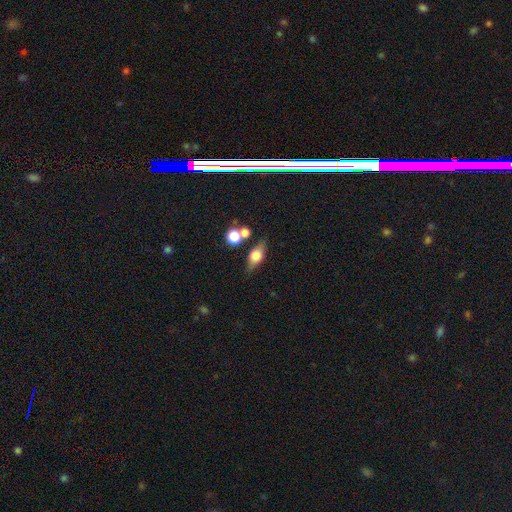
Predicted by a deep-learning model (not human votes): Overall: smooth (55%; featured or disk 36%). How rounded: in between (63%). Merging: none (66%).